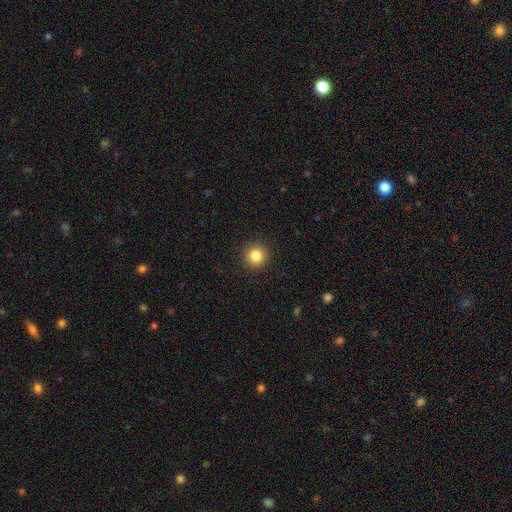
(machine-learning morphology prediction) smooth-or-featured: smooth: 84% | star or artifact: 11% | featured or disk: 5%
  how-rounded: round: 95% | in between: 4% | cigar-shaped: 1%
  merging: none: 93% | minor disturbance: 5% | major disturbance: 2% | merger: 1%